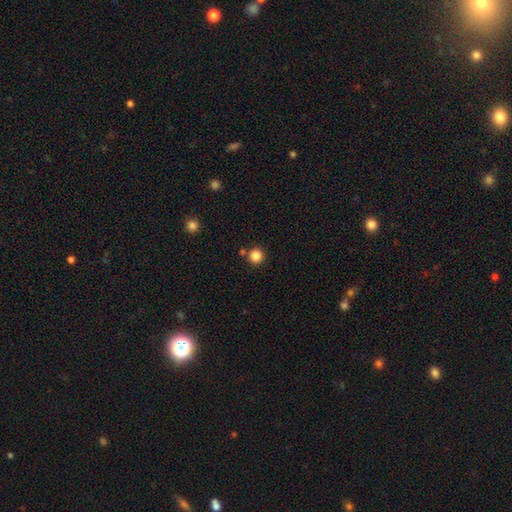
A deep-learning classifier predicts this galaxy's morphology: A smooth galaxy with no disk features (85%) that is round (95%).

Vote fractions:
- Smooth or featured? smooth: 85% / star or artifact: 12% / featured or disk: 4%
- How rounded? round: 95% / in between: 4% / cigar-shaped: 1%
- Merging? none: 86% / merger: 6% / minor disturbance: 6% / major disturbance: 2%